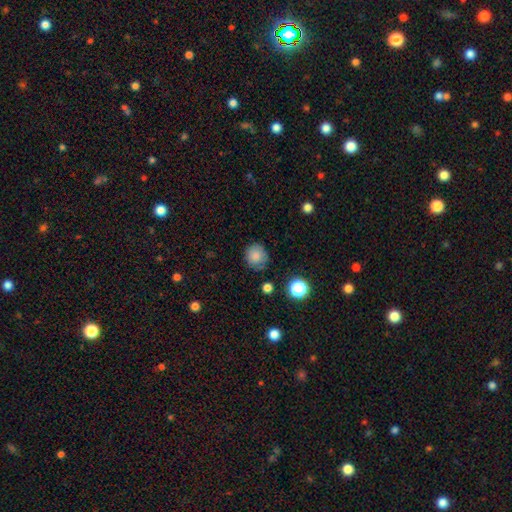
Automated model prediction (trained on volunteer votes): Smooth or featured?
  - smooth: 82% *
  - star or artifact: 11%
  - featured or disk: 7%
How rounded?
  - round: 89% *
  - in between: 10%
  - cigar-shaped: 1%
Merging?
  - none: 78% *
  - minor disturbance: 16%
  - major disturbance: 4%
  - merger: 2%